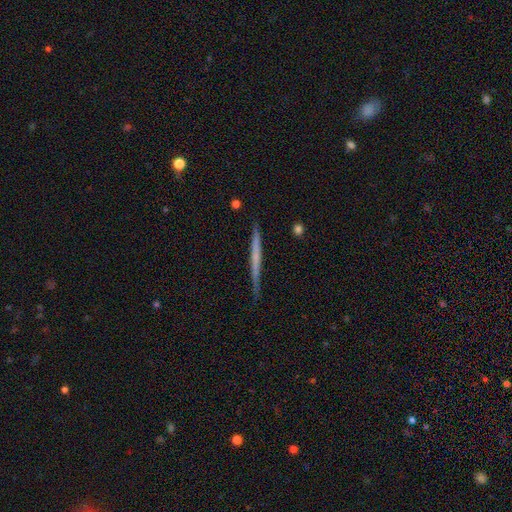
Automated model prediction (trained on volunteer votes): This is possibly a featured or disk galaxy (55%). It is clearly viewed edge-on (97%). Edge-on bulge: clearly none (86%). Merging: clearly none (86%).